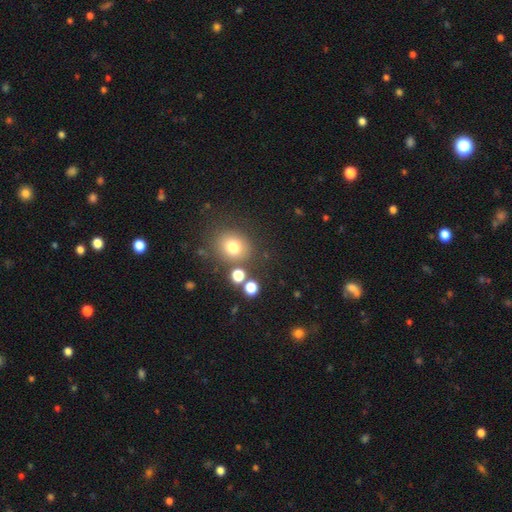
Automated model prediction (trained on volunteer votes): Smooth or featured: smooth — 54% (star or artifact — 36%)
How rounded: round — 78% (in between — 21%)
Merging: none — 73% (merger — 13%)